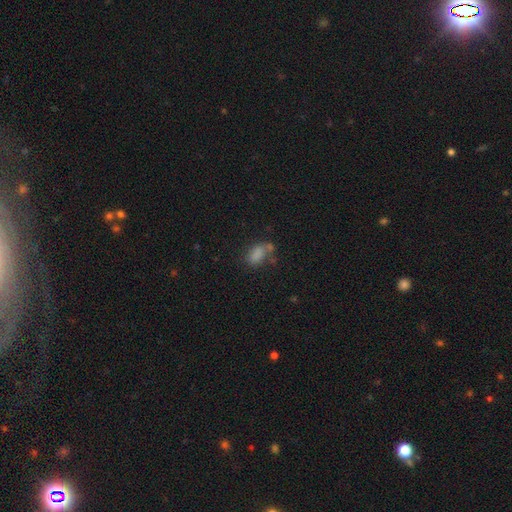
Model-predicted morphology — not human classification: Smooth or featured? Predicted: smooth (p=0.76). How rounded? Predicted: in between (p=0.85). Merging? Predicted: none (p=0.48).